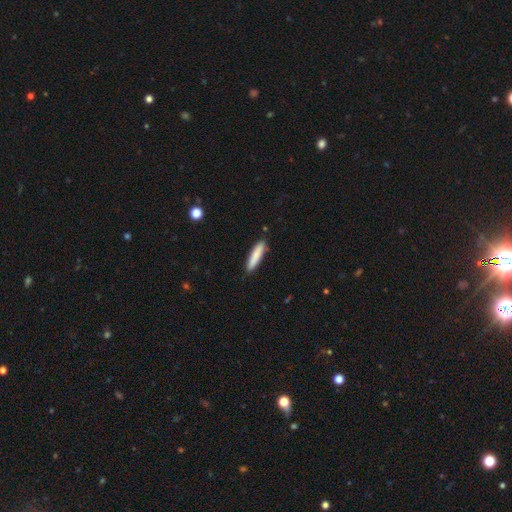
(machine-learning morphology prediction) Smooth or featured: smooth — 84% (featured or disk — 11%)
How rounded: cigar-shaped — 85% (in between — 14%)
Merging: none — 88% (minor disturbance — 9%)